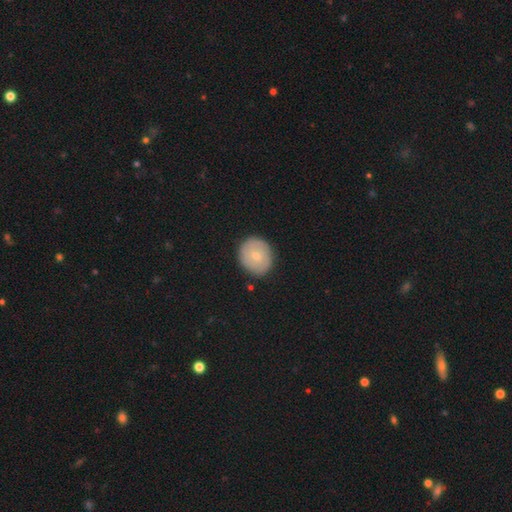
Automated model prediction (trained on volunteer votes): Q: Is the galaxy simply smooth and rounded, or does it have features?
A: smooth — 51%.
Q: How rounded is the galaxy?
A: round — 80%.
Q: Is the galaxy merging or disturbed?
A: none — 86%.